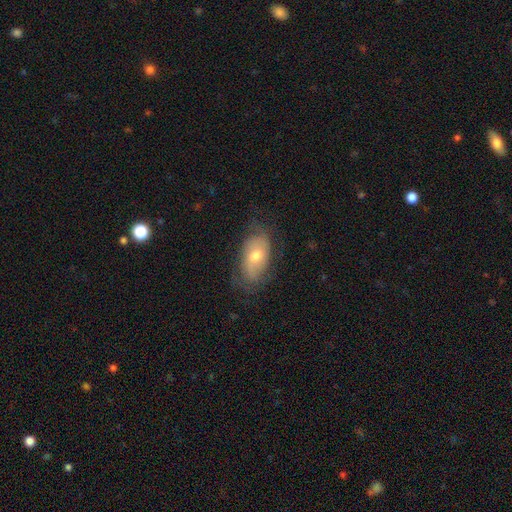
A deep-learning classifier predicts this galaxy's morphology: Overall: smooth (51%; featured or disk 41%). How rounded: in between (91%). Merging: none (68%).